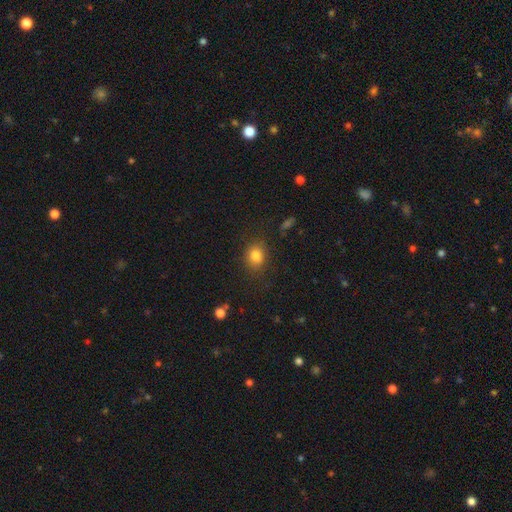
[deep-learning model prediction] Smooth or featured? smooth (81%)
How rounded? round (50%)
Merging? none (79%)